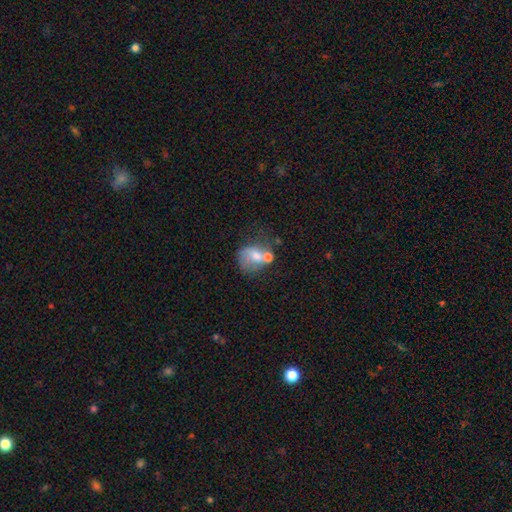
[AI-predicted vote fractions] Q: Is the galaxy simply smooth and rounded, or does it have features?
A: smooth — 52%.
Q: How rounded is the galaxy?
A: round — 56%.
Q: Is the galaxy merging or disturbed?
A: merger — 38%.